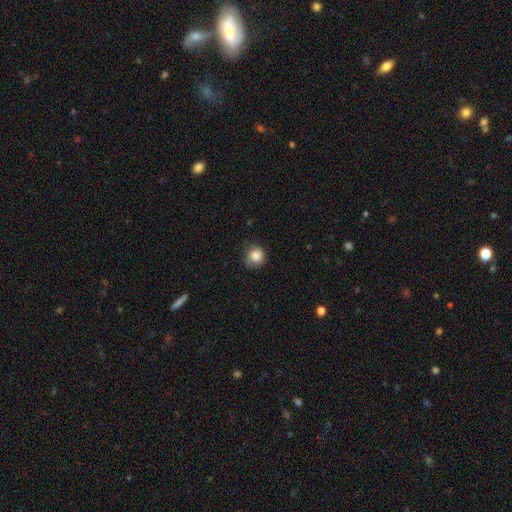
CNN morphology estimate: smooth-or-featured: smooth: 84% | star or artifact: 9% | featured or disk: 8%
  how-rounded: round: 85% | in between: 14% | cigar-shaped: 1%
  merging: none: 64% | minor disturbance: 28% | major disturbance: 7% | merger: 1%